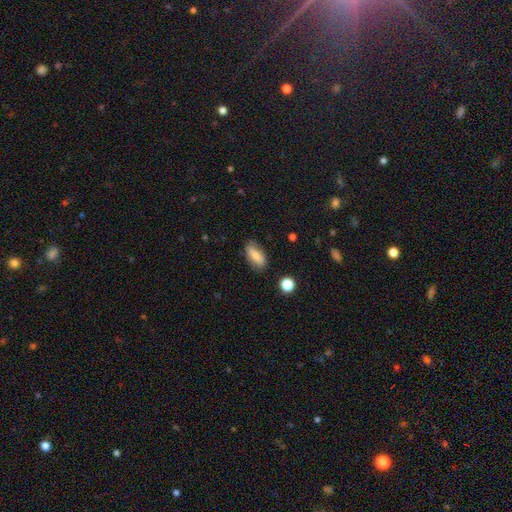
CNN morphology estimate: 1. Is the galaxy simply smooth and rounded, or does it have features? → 74% smooth, 18% featured or disk, 8% star or artifact.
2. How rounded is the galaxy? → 88% in between, 8% cigar-shaped, 4% round.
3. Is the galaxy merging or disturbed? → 78% none, 16% minor disturbance, 4% major disturbance, 2% merger.